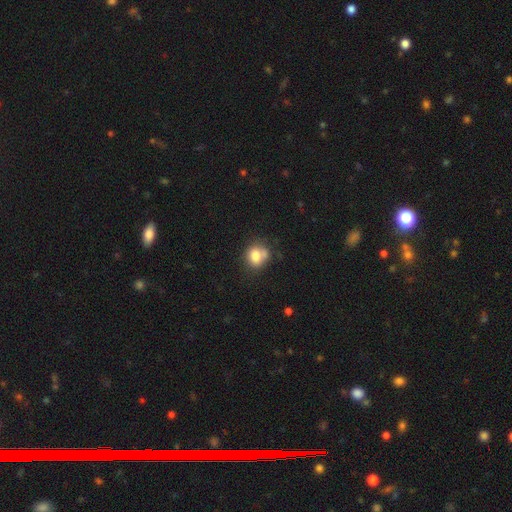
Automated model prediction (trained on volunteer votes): Q: Smooth or featured?
A: smooth (77%); runner-up: featured or disk (12%)
Q: How rounded?
A: round (65%); runner-up: in between (34%)
Q: Merging?
A: none (50%); runner-up: merger (22%)